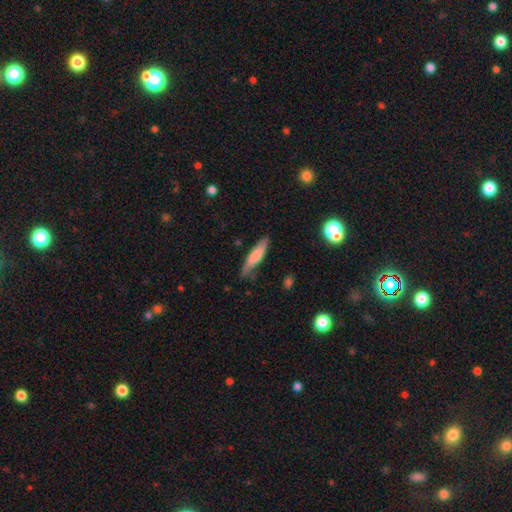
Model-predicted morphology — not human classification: Smooth or featured? smooth (72%)
How rounded? cigar-shaped (80%)
Merging? none (72%)